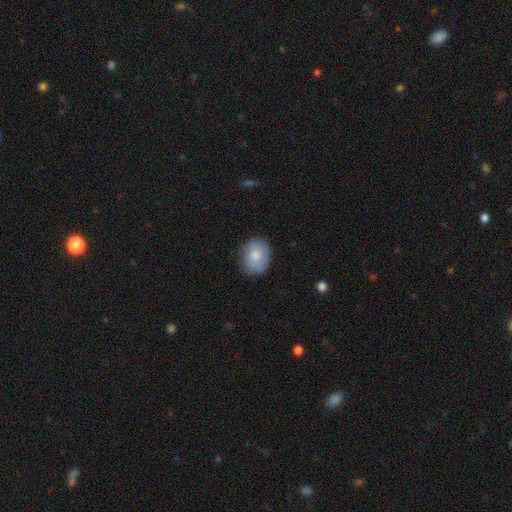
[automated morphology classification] smooth 75%, featured or disk 18%, star or artifact 7%. Down the decision tree: how rounded — in between (54%); merging — none (76%).